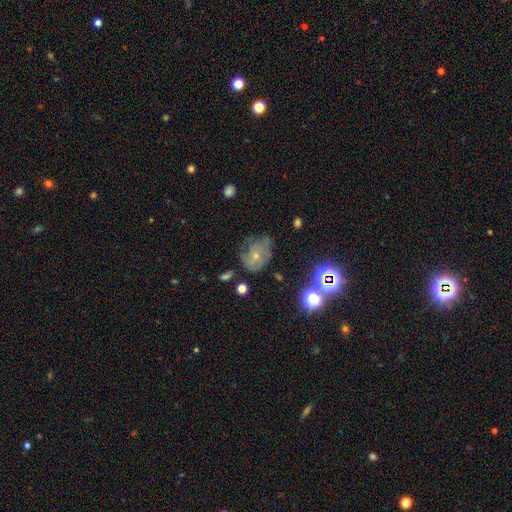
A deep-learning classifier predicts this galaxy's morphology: Q: Smooth or featured?
A: featured or disk (46%); runner-up: smooth (37%)
Q: Merging?
A: none (43%); runner-up: minor disturbance (32%)